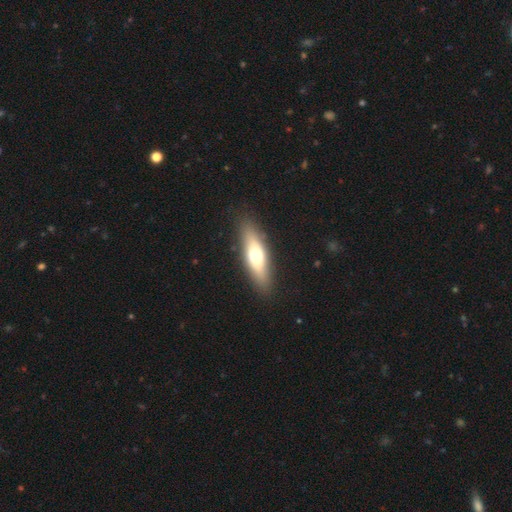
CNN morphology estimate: smooth 58%, featured or disk 36%, star or artifact 6%. Down the decision tree: how rounded — cigar-shaped (54%); merging — none (87%).